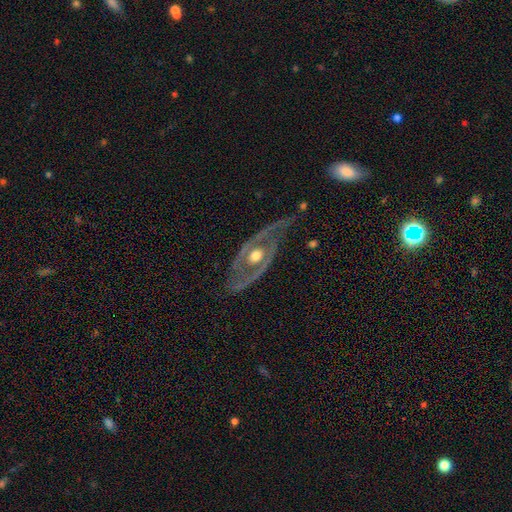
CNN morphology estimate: featured or disk 84%, smooth 12%, star or artifact 5%. Down the decision tree: edge-on disk — no (89%); bar — no (82%); spiral arms — yes (63%); bulge size — moderate (78%); merging — none (63%).